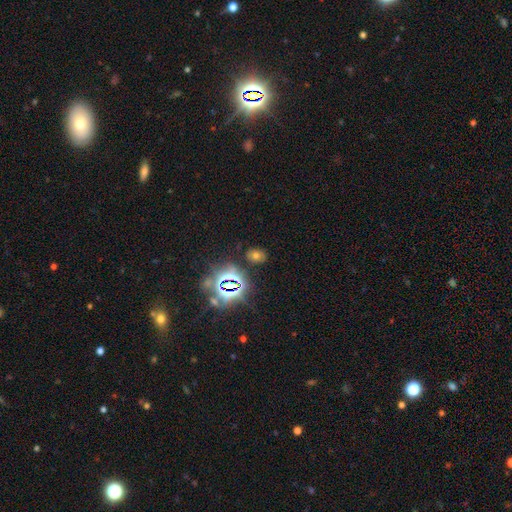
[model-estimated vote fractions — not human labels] Smooth or featured: smooth — 44% (star or artifact — 43%)
Merging: none — 80% (minor disturbance — 12%)